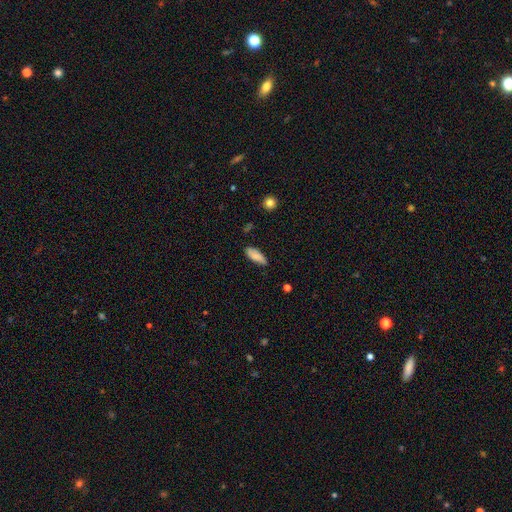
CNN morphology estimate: Q: Smooth or featured?
A: smooth (80%); runner-up: featured or disk (13%)
Q: How rounded?
A: in between (74%); runner-up: cigar-shaped (24%)
Q: Merging?
A: none (76%); runner-up: minor disturbance (19%)